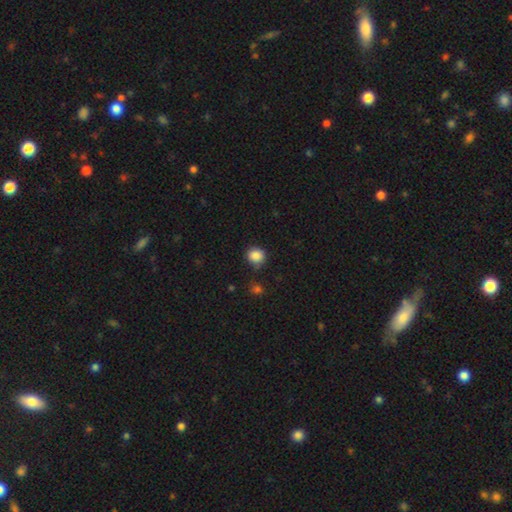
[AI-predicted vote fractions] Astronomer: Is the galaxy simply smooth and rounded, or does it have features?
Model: smooth — 87%.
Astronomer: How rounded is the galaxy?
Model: round — 85%.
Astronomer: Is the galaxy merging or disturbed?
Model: none — 79%.